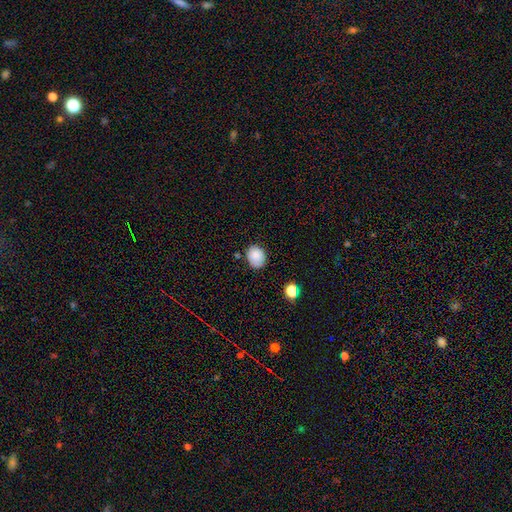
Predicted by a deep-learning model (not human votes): Smooth or featured: smooth — 84% (star or artifact — 9%)
How rounded: round — 53% (in between — 46%)
Merging: none — 72% (minor disturbance — 20%)